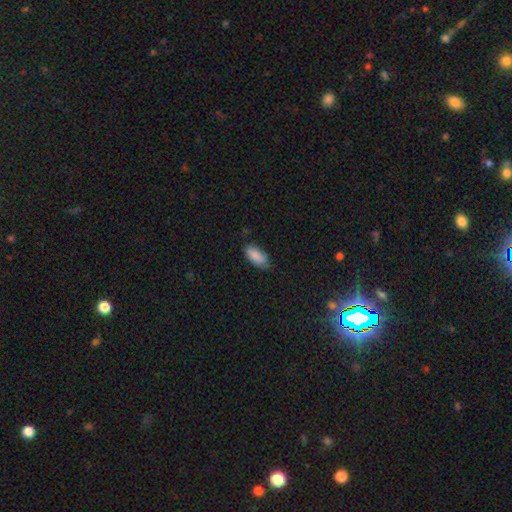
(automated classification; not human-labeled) smooth-or-featured: smooth: 86% | featured or disk: 7% | star or artifact: 7%
  how-rounded: in between: 88% | cigar-shaped: 10% | round: 2%
  merging: none: 68% | minor disturbance: 26% | major disturbance: 4% | merger: 1%